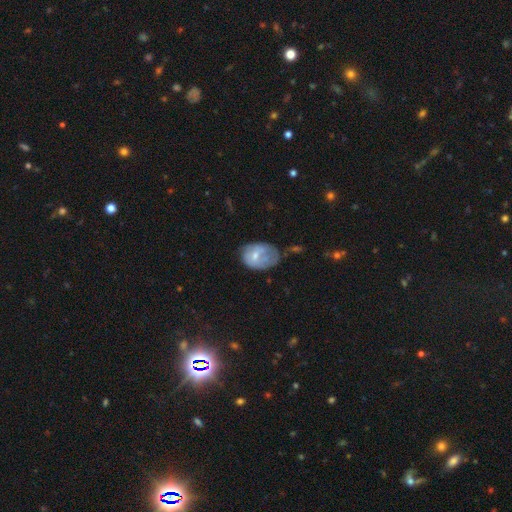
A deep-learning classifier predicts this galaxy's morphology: smooth-or-featured: smooth: 57% | featured or disk: 35% | star or artifact: 7%
  how-rounded: in between: 74% | round: 25% | cigar-shaped: 1%
  merging: minor disturbance: 37% | none: 29% | major disturbance: 24% | merger: 11%